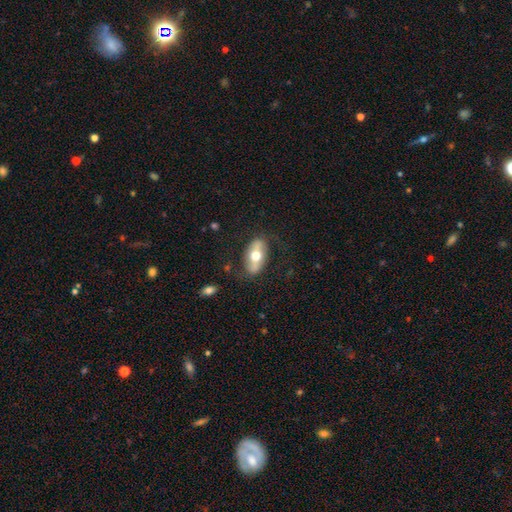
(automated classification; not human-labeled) A featured or disk galaxy (48%). Merging: none (77%).